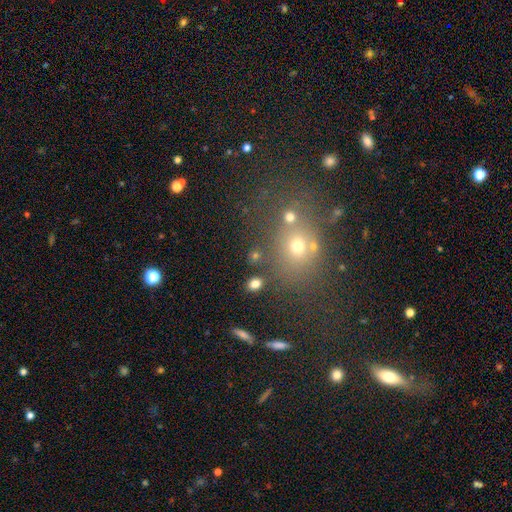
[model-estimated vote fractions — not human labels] This is likely a smooth galaxy (69%). How rounded: possibly round (53%). Merging: likely none (72%).